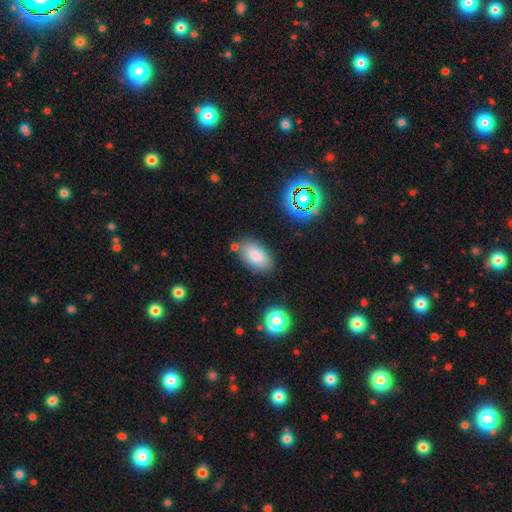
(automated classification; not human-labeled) Smooth or featured? Predicted: smooth (p=0.84). How rounded? Predicted: in between (p=0.94). Merging? Predicted: none (p=0.77).